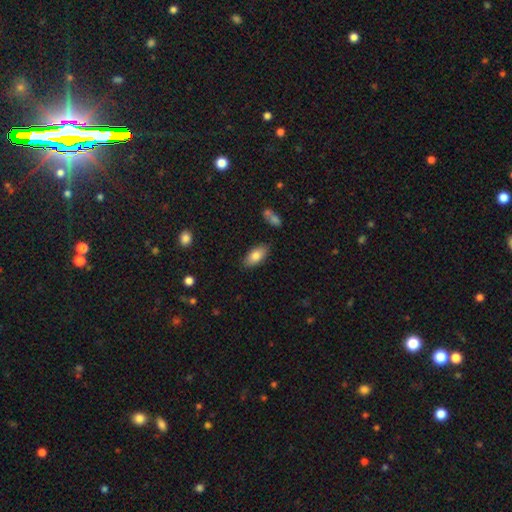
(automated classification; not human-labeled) smooth_or_featured: smooth (p=0.80) [alt: featured or disk p=0.13]
how_rounded: in between (p=0.88) [alt: cigar-shaped p=0.09]
merging: none (p=0.84) [alt: minor disturbance p=0.11]